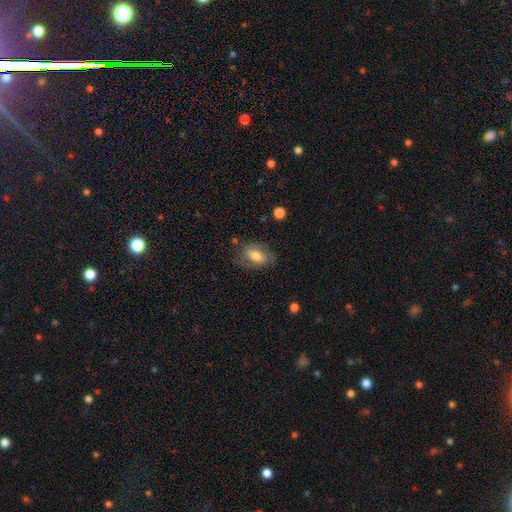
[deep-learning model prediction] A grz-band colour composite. It shows a smooth galaxy with no disk features (53%) that is in between round and cigar-shaped (85%). Merging: none (70%).